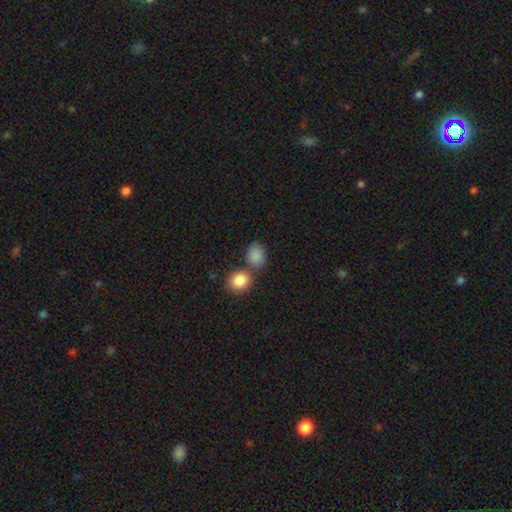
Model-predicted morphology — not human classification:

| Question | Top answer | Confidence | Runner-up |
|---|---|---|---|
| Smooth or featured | smooth | 87% | star or artifact (8%) |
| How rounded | in between | 50% | round (48%) |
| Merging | none | 54% | merger (28%) |